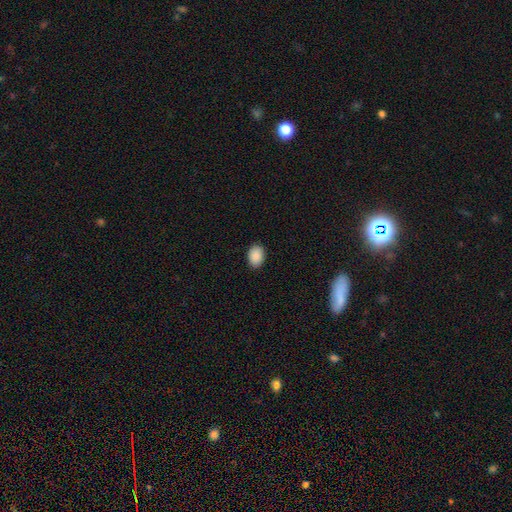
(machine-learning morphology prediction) Smooth or featured: smooth — 90% (star or artifact — 7%)
How rounded: in between — 79% (round — 20%)
Merging: none — 89% (minor disturbance — 8%)